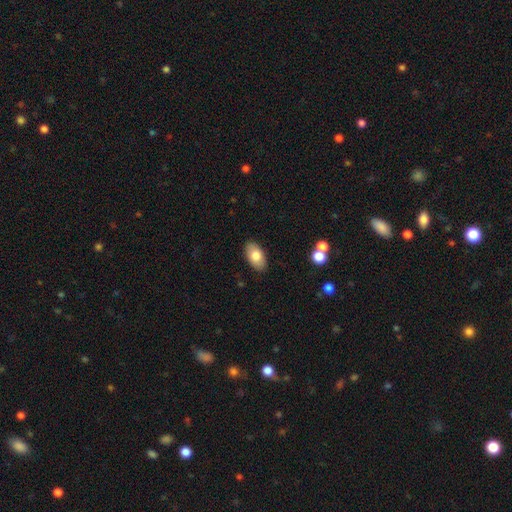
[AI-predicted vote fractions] A smooth galaxy with no disk features (78%) that is in between round and cigar-shaped (94%).

Vote fractions:
- Smooth or featured? smooth: 78% / featured or disk: 15% / star or artifact: 7%
- How rounded? in between: 94% / round: 5% / cigar-shaped: 2%
- Merging? none: 87% / minor disturbance: 9% / major disturbance: 2% / merger: 1%